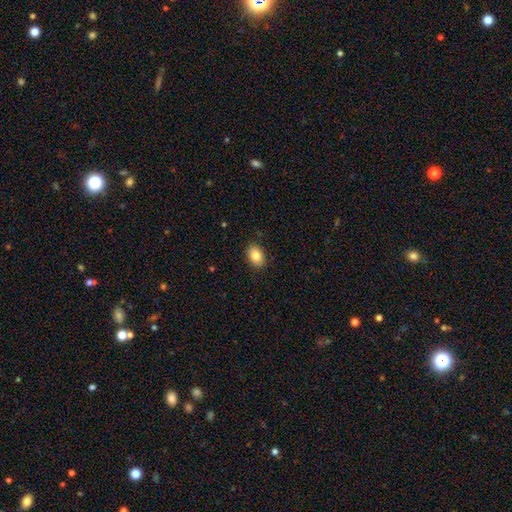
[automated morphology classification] smooth-or-featured: smooth: 84% | star or artifact: 8% | featured or disk: 8%
  how-rounded: in between: 83% | round: 16% | cigar-shaped: 1%
  merging: none: 88% | minor disturbance: 9% | major disturbance: 2% | merger: 1%